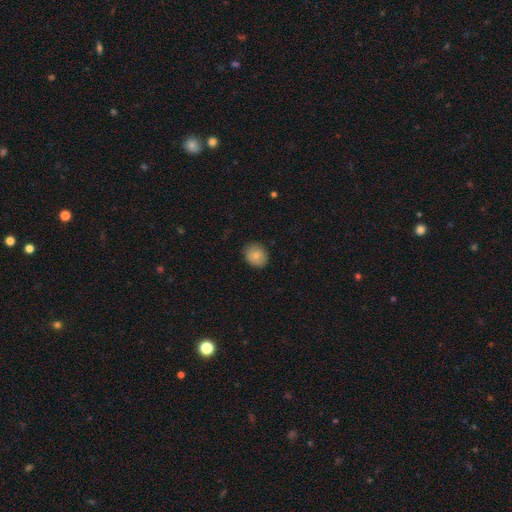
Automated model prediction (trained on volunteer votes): This appears to be a smooth galaxy with no disk features (81%) that is round (63%). Merging: none (85%).